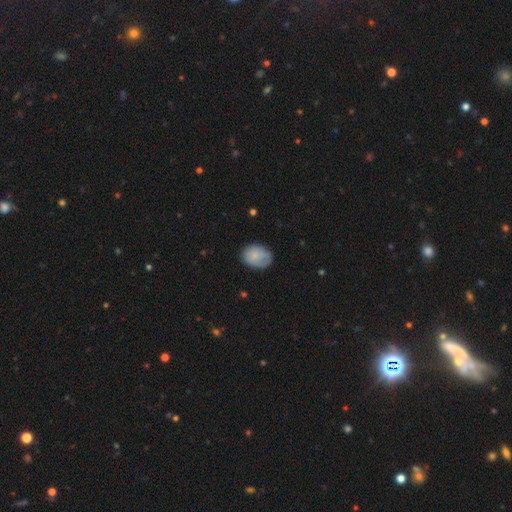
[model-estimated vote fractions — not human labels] Smooth or featured? Predicted: smooth (p=0.80). How rounded? Predicted: in between (p=0.69). Merging? Predicted: none (p=0.70).